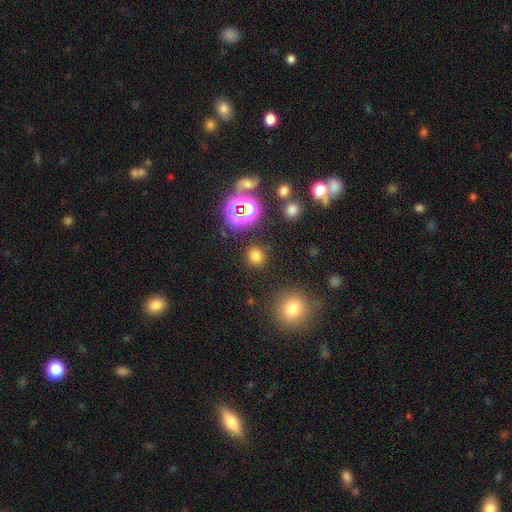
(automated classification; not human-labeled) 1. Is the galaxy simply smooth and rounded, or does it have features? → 72% smooth, 22% star or artifact, 6% featured or disk.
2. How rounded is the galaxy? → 88% round, 10% in between, 1% cigar-shaped.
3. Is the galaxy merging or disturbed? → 88% none, 6% minor disturbance, 3% major disturbance, 3% merger.